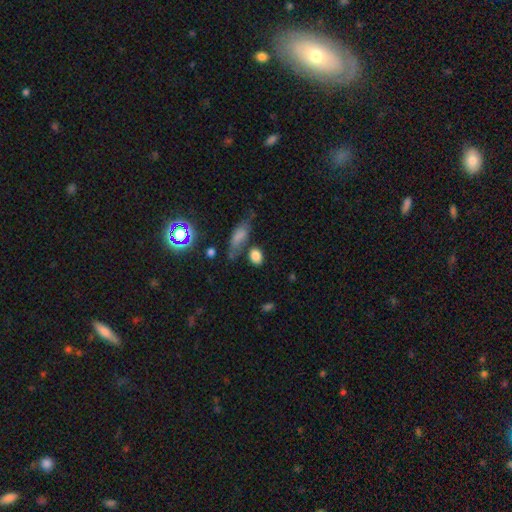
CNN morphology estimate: This is clearly a smooth galaxy (82%). How rounded: likely in between (67%). Merging: likely none (67%).